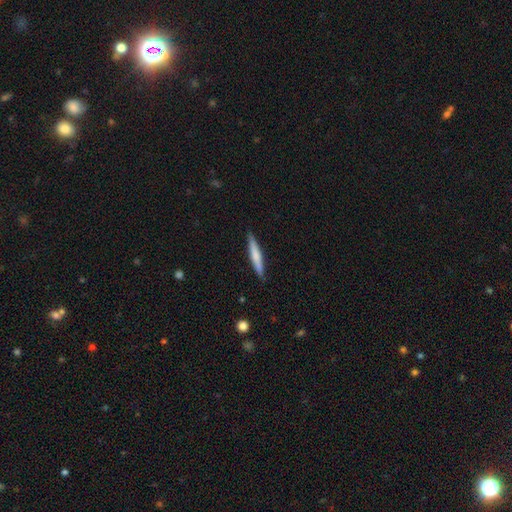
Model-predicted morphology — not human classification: A smooth galaxy with no disk features (61%) that is cigar-shaped (94%).

Vote fractions:
- Smooth or featured? smooth: 61% / featured or disk: 34% / star or artifact: 5%
- How rounded? cigar-shaped: 94% / in between: 5% / round: 1%
- Merging? none: 89% / minor disturbance: 9% / major disturbance: 2% / merger: 1%